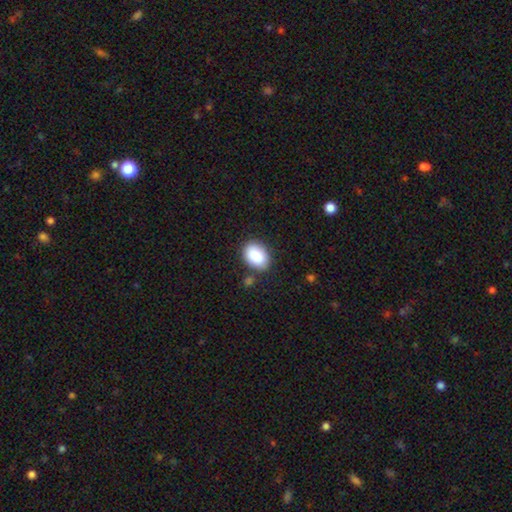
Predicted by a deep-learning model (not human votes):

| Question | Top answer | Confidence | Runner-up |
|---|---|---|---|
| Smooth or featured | smooth | 88% | star or artifact (7%) |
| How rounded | in between | 82% | round (17%) |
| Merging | none | 79% | minor disturbance (13%) |